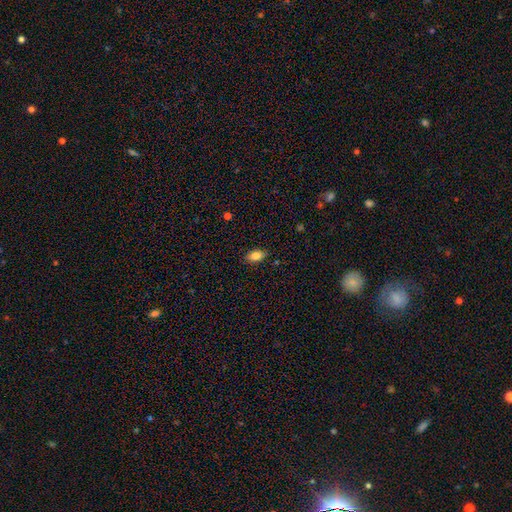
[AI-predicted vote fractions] smooth 84%, star or artifact 9%, featured or disk 7%. Down the decision tree: how rounded — in between (89%); merging — none (86%).